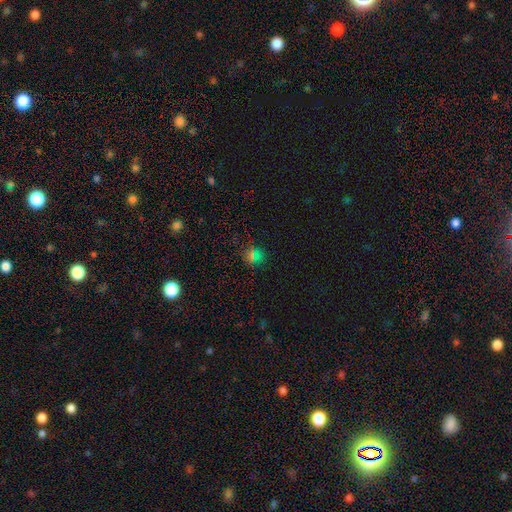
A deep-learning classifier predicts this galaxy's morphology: smooth 55%, star or artifact 37%, featured or disk 8%. Down the decision tree: how rounded — round (79%); merging — none (85%).